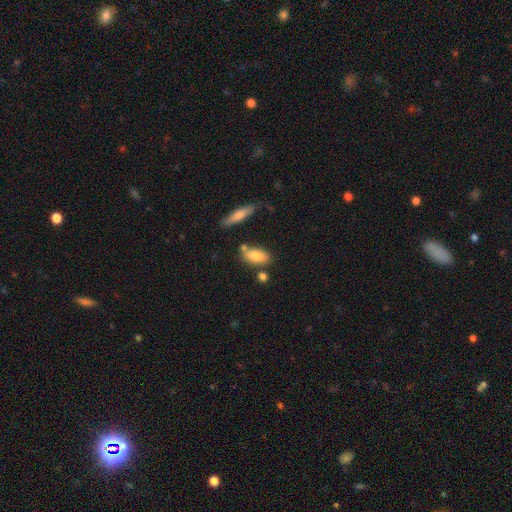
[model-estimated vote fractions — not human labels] Smooth or featured? smooth (77%)
How rounded? in between (83%)
Merging? none (67%)